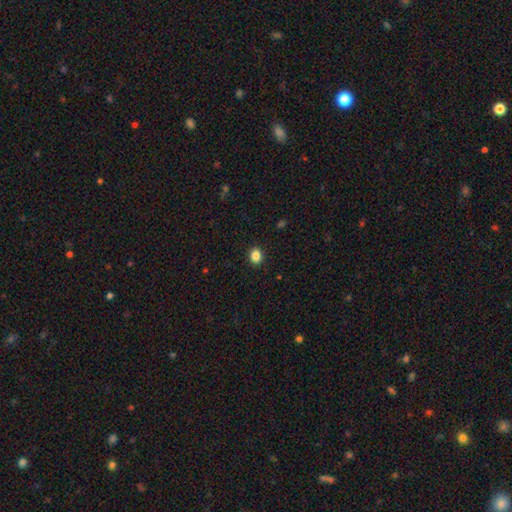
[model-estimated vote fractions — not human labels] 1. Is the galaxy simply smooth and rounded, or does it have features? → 86% smooth, 10% star or artifact, 4% featured or disk.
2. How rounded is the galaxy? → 56% round, 43% in between, 1% cigar-shaped.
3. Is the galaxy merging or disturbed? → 91% none, 6% minor disturbance, 2% major disturbance, 1% merger.